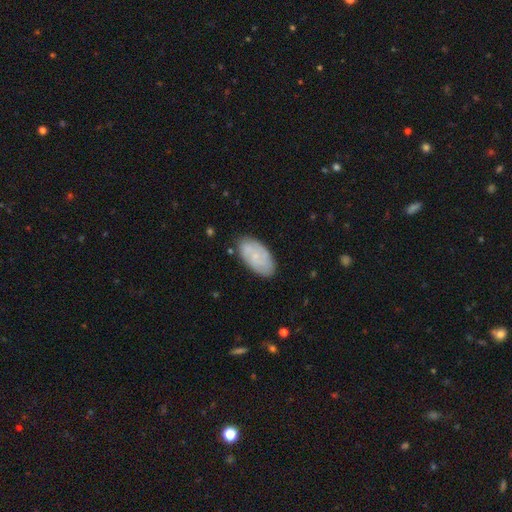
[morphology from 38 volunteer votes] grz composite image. It shows a featured or disk galaxy (55%) with no bar (83%), 3 (50%) tight (57%) spiral arms (78%) and a small central bulge (72%). Merging: none (71%).